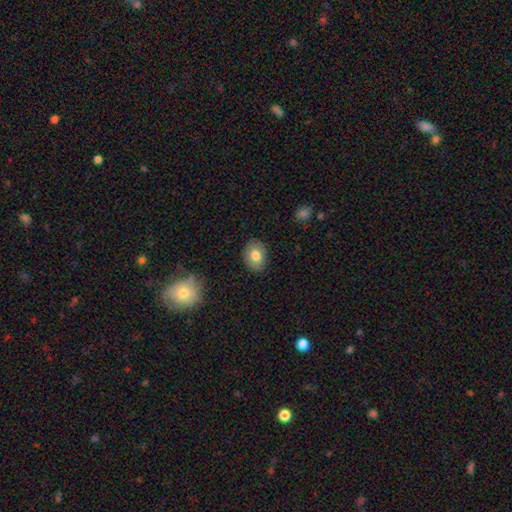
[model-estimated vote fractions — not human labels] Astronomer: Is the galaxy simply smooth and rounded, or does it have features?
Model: smooth — 75%.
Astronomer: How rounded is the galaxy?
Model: in between — 69%.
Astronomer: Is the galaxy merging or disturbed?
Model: none — 86%.